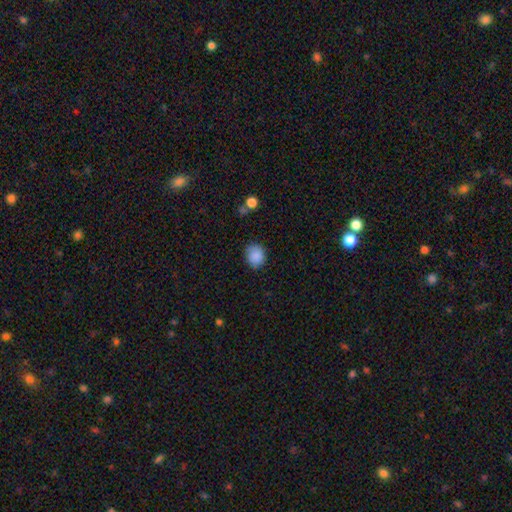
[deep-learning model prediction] Morphology: type=smooth (87%); roundness=round (76%); merging=none (77%).